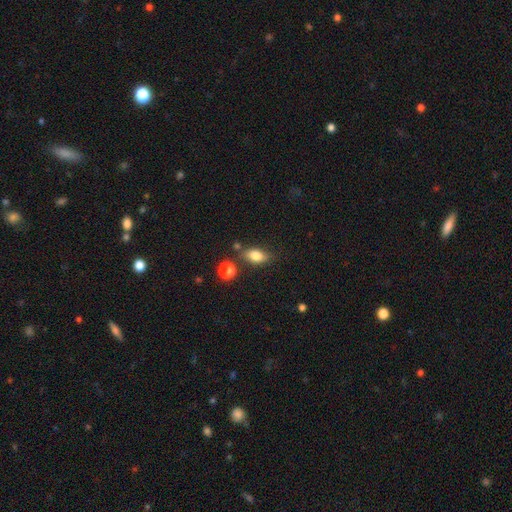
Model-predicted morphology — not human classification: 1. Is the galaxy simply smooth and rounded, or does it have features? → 80% smooth, 11% featured or disk, 9% star or artifact.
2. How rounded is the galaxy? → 82% in between, 11% round, 7% cigar-shaped.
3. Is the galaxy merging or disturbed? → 73% none, 15% minor disturbance, 8% merger, 4% major disturbance.